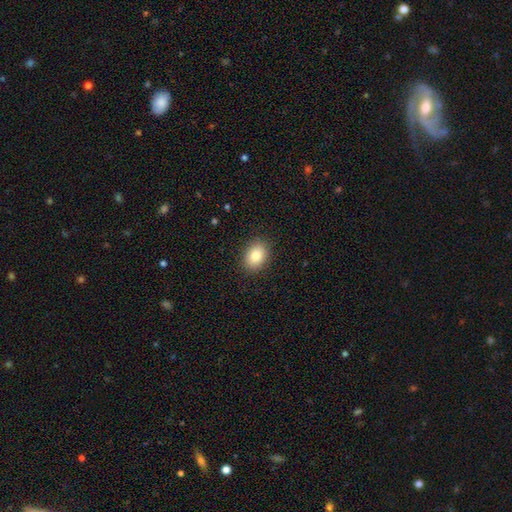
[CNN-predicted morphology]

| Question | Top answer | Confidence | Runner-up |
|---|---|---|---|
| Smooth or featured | smooth | 83% | star or artifact (9%) |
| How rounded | in between | 69% | round (30%) |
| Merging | none | 89% | minor disturbance (8%) |